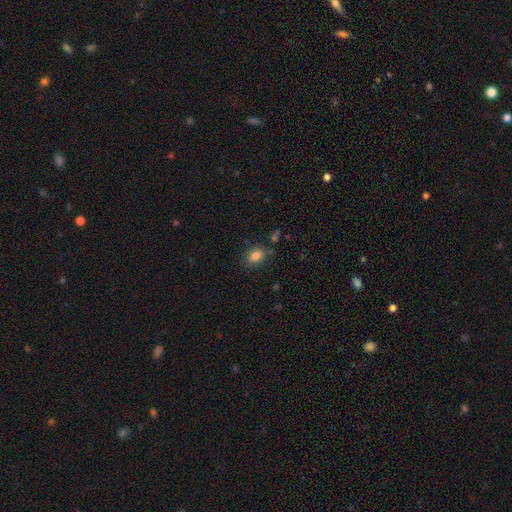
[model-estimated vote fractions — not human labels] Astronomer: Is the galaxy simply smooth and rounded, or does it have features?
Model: smooth — 82%.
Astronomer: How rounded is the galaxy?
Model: in between — 78%.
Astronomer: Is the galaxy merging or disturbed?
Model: none — 76%.